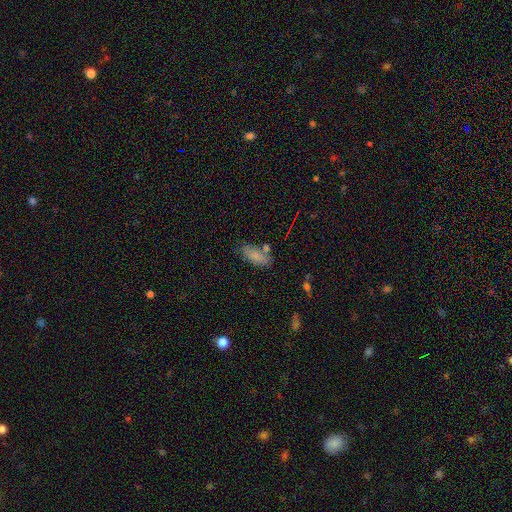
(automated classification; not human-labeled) Morphology: type=smooth (82%); roundness=in between (87%); merging=none (65%).